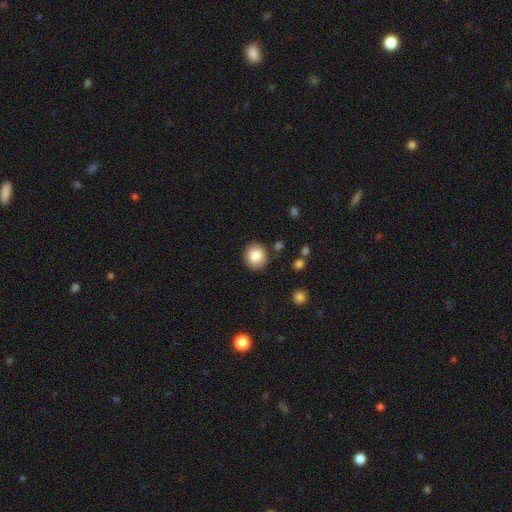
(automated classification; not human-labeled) Smooth or featured? Predicted: smooth (p=0.84). How rounded? Predicted: round (p=0.87). Merging? Predicted: none (p=0.88).